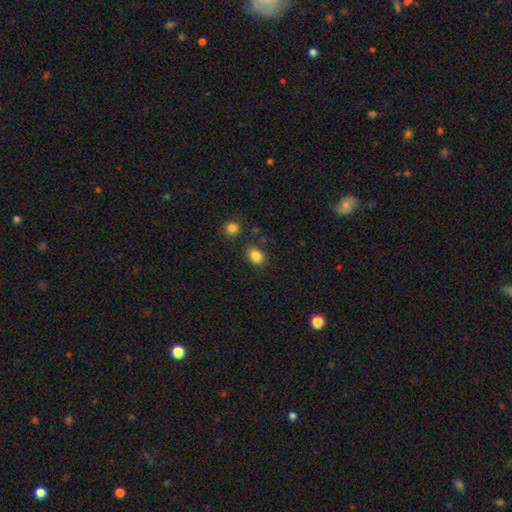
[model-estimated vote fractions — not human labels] Smooth or featured: smooth — 85% (star or artifact — 10%)
How rounded: in between — 64% (round — 35%)
Merging: none — 80% (minor disturbance — 12%)